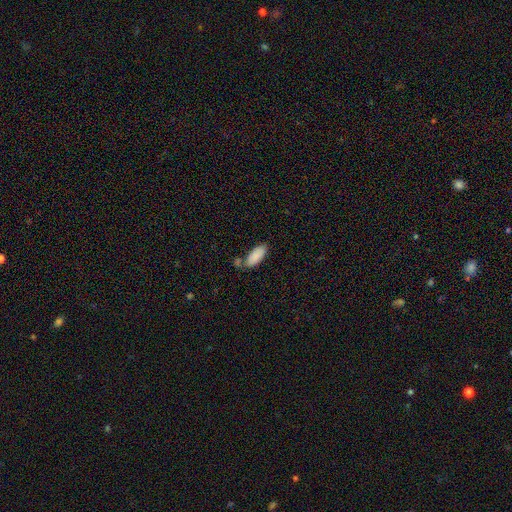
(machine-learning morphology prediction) Smooth or featured? smooth (88%)
How rounded? in between (83%)
Merging? none (60%)